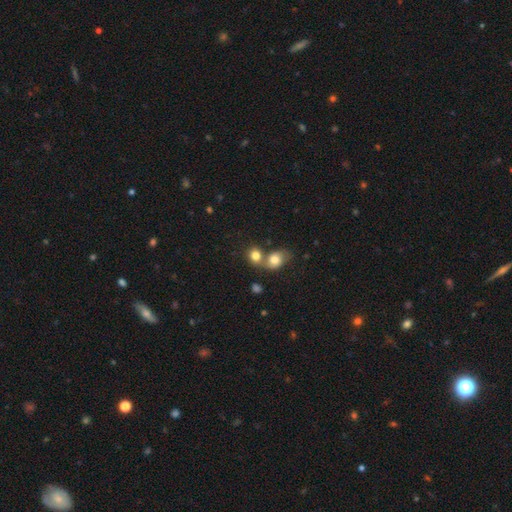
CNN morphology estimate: This appears to be a smooth galaxy with no disk features (80%) that is round (68%). Merging: merger (55%).